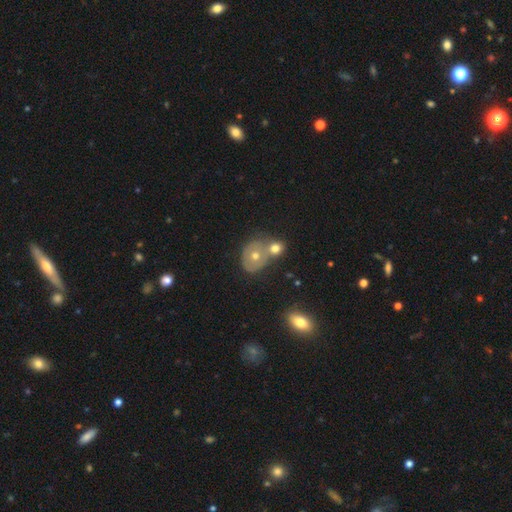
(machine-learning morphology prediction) Smooth or featured: featured or disk — 46% (smooth — 39%)
Merging: none — 49% (merger — 32%)